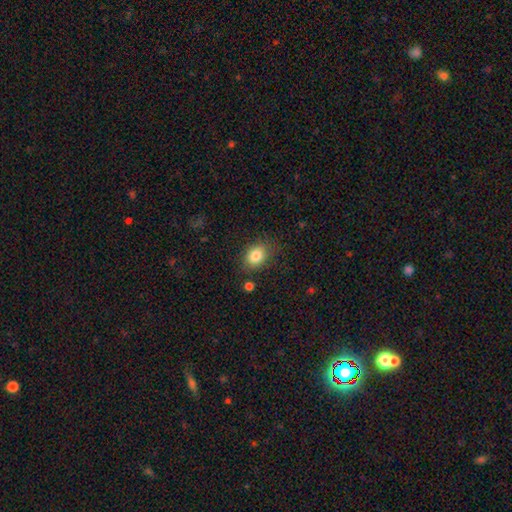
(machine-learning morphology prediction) smooth_or_featured: smooth (p=0.83) [alt: star or artifact p=0.09]
how_rounded: in between (p=0.69) [alt: round p=0.30]
merging: none (p=0.78) [alt: minor disturbance p=0.15]